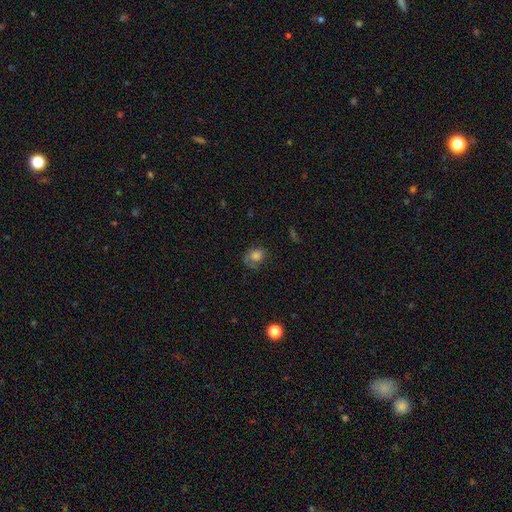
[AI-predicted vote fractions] The model was most divided on "how rounded": round: 62%, in between: 37%, cigar-shaped: 1%. More confident: smooth or featured — smooth (69%); merging — none (51%).